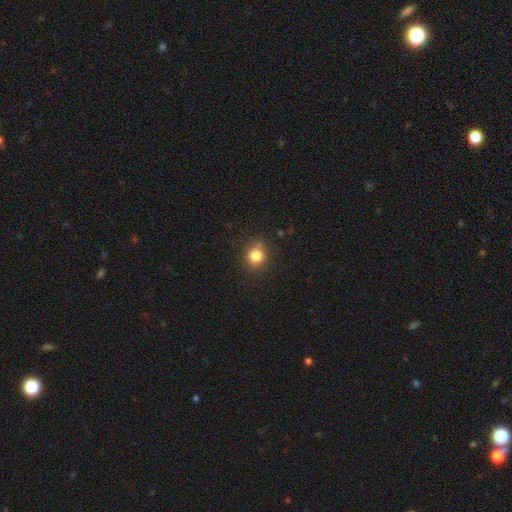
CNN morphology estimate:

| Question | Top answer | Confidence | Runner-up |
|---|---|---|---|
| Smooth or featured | smooth | 83% | star or artifact (12%) |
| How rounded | round | 84% | in between (15%) |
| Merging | none | 82% | minor disturbance (13%) |